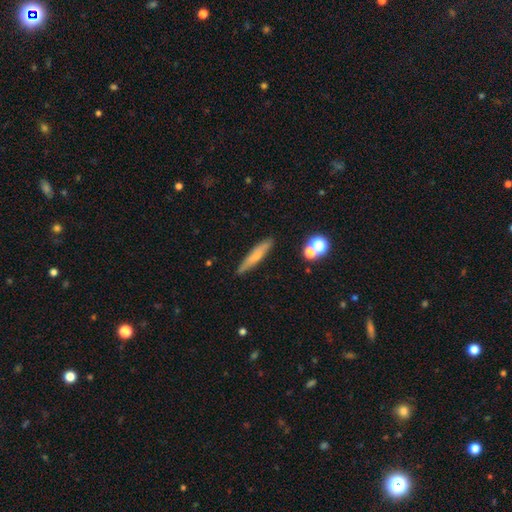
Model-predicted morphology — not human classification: This appears to be a smooth galaxy with no disk features (62%) that is cigar-shaped (90%). Merging: none (85%).